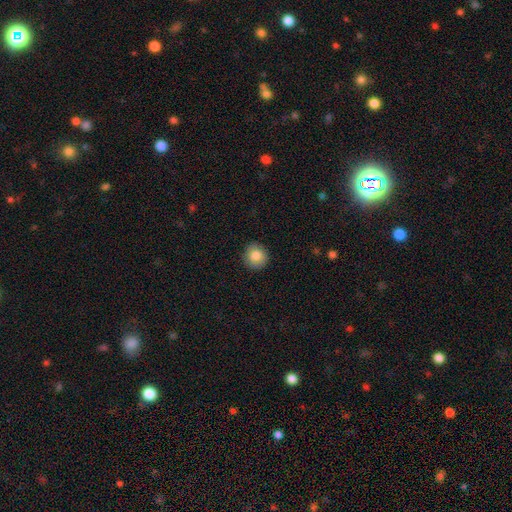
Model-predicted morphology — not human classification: Q: Smooth or featured?
A: smooth (84%); runner-up: star or artifact (8%)
Q: How rounded?
A: round (92%); runner-up: in between (7%)
Q: Merging?
A: none (90%); runner-up: minor disturbance (7%)